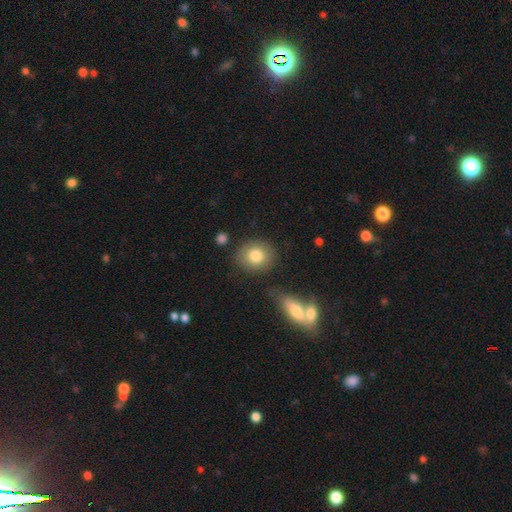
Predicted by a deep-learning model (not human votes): Morphology: type=smooth (80%); roundness=round (79%); merging=none (79%).